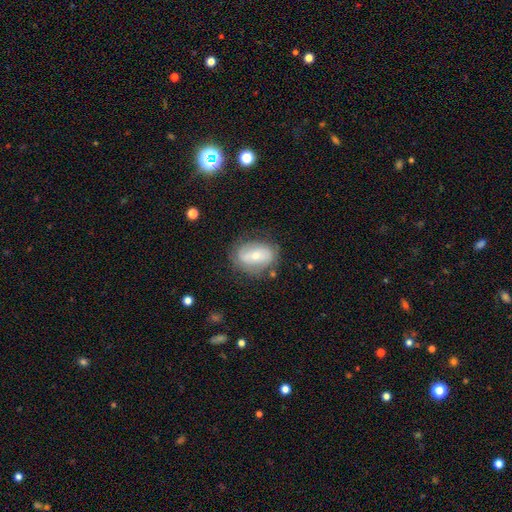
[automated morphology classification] Q: Smooth or featured?
A: featured or disk (48%); runner-up: smooth (44%)
Q: Merging?
A: none (69%); runner-up: minor disturbance (20%)